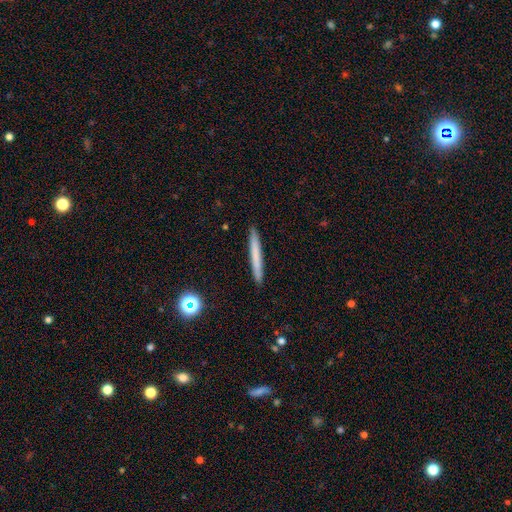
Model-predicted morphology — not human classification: The model was most divided on "smooth or featured": smooth: 67%, featured or disk: 26%, star or artifact: 8%. More confident: how rounded — cigar-shaped (97%); merging — none (91%).